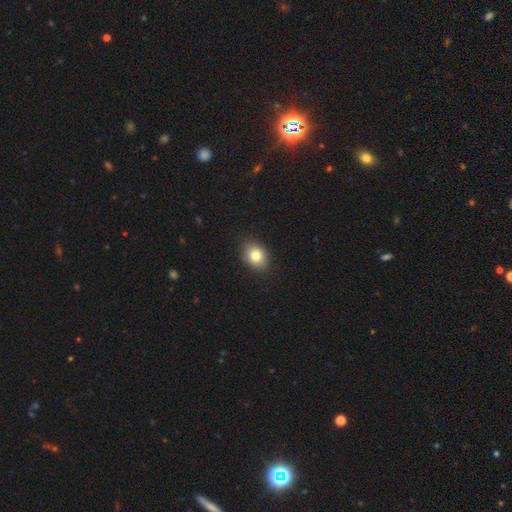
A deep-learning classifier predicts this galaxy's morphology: Q: Smooth or featured?
A: smooth (81%); runner-up: star or artifact (10%)
Q: How rounded?
A: in between (61%); runner-up: round (38%)
Q: Merging?
A: none (88%); runner-up: minor disturbance (9%)